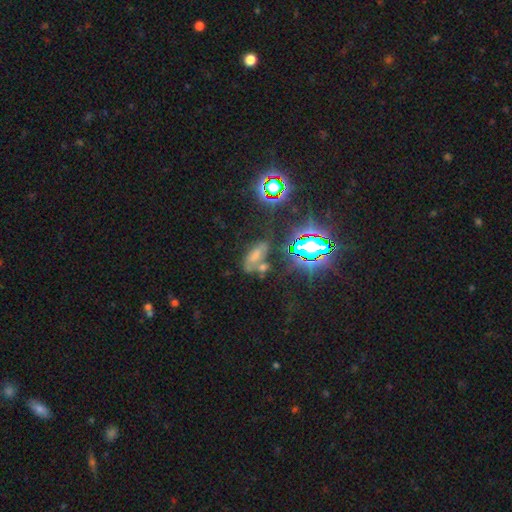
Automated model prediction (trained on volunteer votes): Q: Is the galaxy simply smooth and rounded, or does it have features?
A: smooth — 44%.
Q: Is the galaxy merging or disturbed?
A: none — 51%.